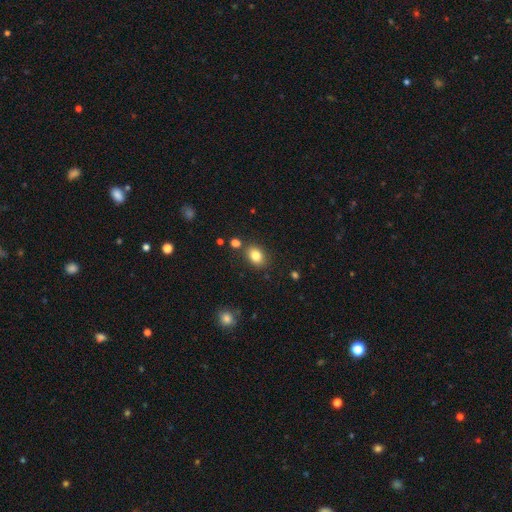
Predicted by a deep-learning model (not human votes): The model was most divided on "how rounded": in between: 71%, round: 28%, cigar-shaped: 1%. More confident: smooth or featured — smooth (83%); merging — none (81%).